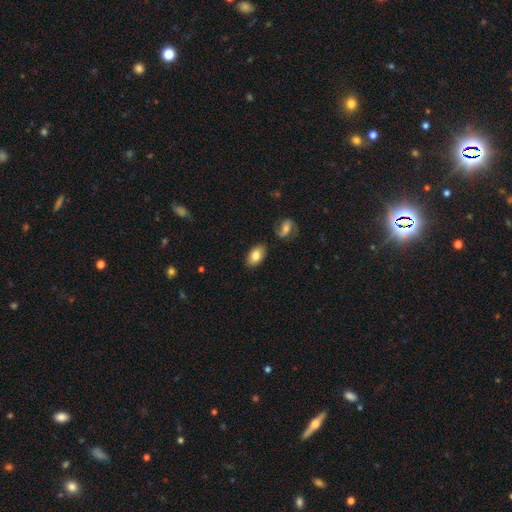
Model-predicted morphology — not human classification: Smooth or featured?
  - smooth: 78% *
  - featured or disk: 15%
  - star or artifact: 7%
How rounded?
  - in between: 91% *
  - round: 7%
  - cigar-shaped: 2%
Merging?
  - none: 83% *
  - minor disturbance: 11%
  - merger: 3%
  - major disturbance: 2%